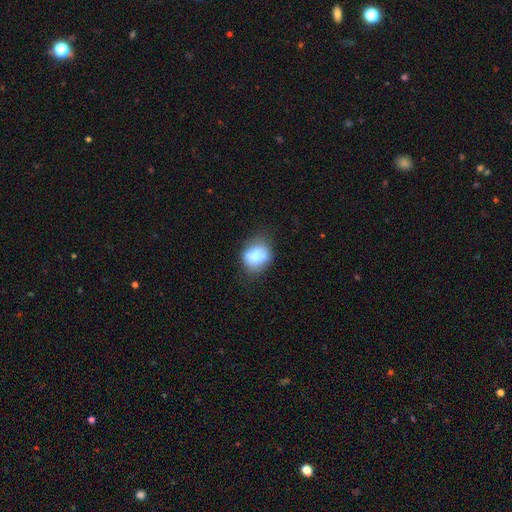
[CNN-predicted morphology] Smooth or featured? smooth (75%)
How rounded? round (55%)
Merging? none (60%)